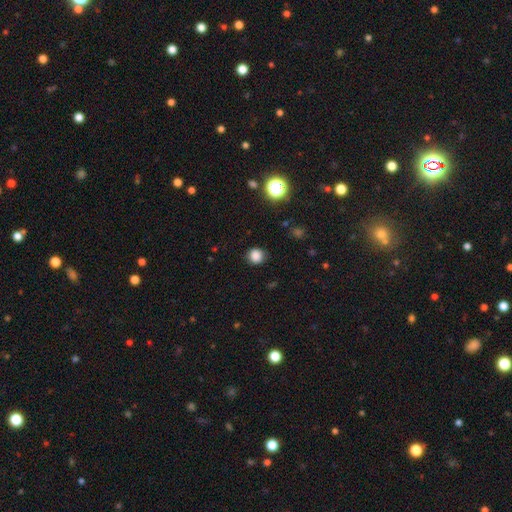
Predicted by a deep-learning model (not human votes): Smooth or featured? Predicted: smooth (p=0.83). How rounded? Predicted: round (p=0.89). Merging? Predicted: none (p=0.86).